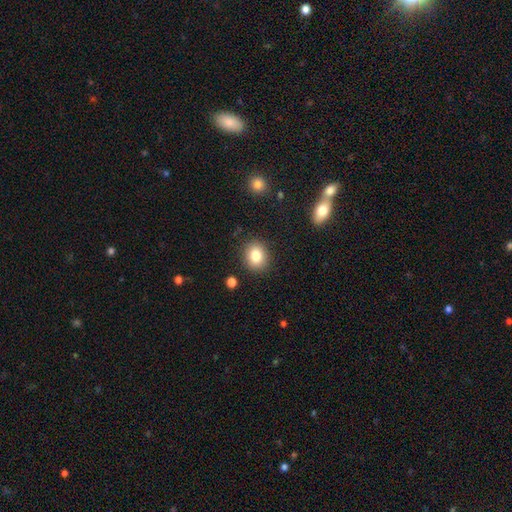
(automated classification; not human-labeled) Smooth or featured? smooth (82%)
How rounded? round (63%)
Merging? none (87%)